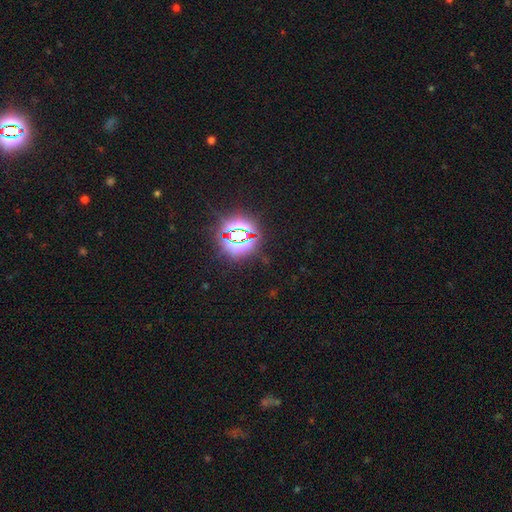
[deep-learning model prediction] Q: Smooth or featured?
A: star or artifact (84%); runner-up: smooth (10%)